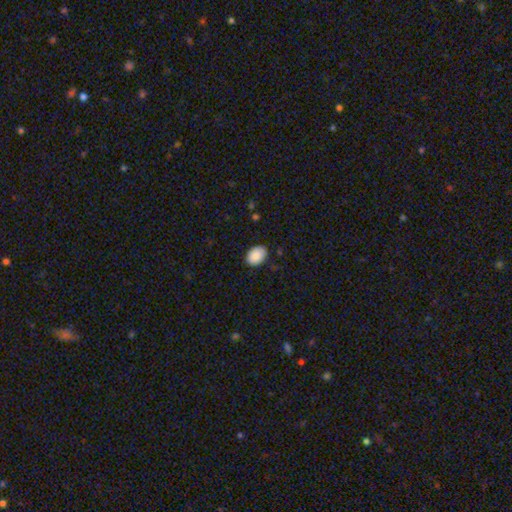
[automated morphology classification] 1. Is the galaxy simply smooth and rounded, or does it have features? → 88% smooth, 7% star or artifact, 5% featured or disk.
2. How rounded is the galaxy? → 77% in between, 22% round, 1% cigar-shaped.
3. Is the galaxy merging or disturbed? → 85% none, 11% minor disturbance, 2% major disturbance, 1% merger.